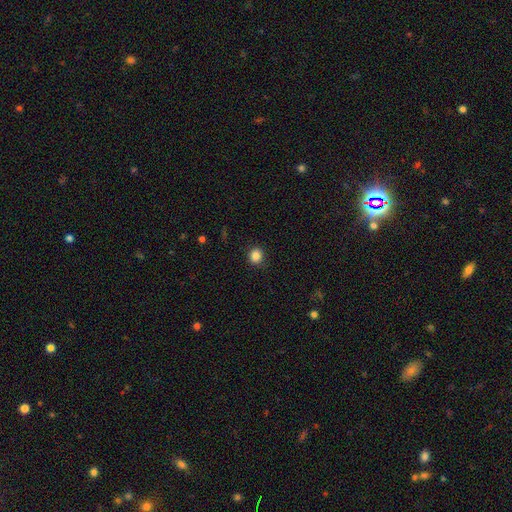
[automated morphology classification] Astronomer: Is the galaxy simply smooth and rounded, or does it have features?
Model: smooth — 86%.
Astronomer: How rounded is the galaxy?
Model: round — 83%.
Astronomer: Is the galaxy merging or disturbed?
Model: none — 90%.